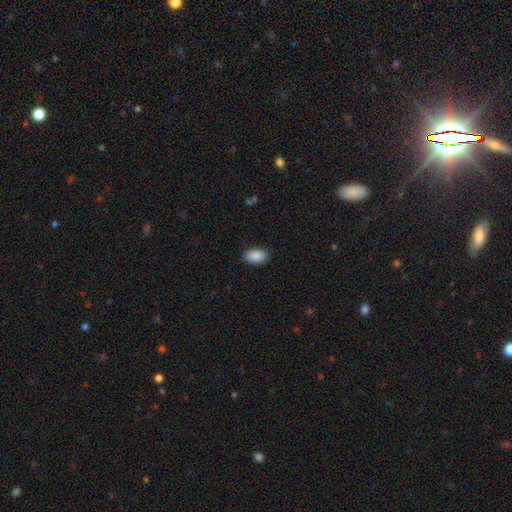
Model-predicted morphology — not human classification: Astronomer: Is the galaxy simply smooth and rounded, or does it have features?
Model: smooth — 90%.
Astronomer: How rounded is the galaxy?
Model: in between — 94%.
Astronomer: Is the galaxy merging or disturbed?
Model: none — 88%.